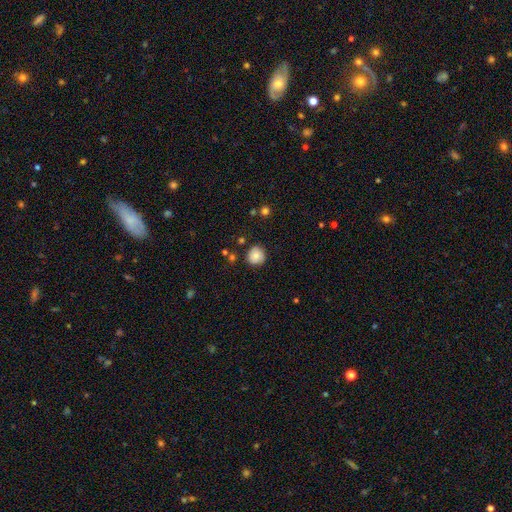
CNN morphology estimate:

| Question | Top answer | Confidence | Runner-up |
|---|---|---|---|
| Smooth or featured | smooth | 83% | star or artifact (9%) |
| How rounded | round | 92% | in between (7%) |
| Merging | none | 86% | minor disturbance (10%) |